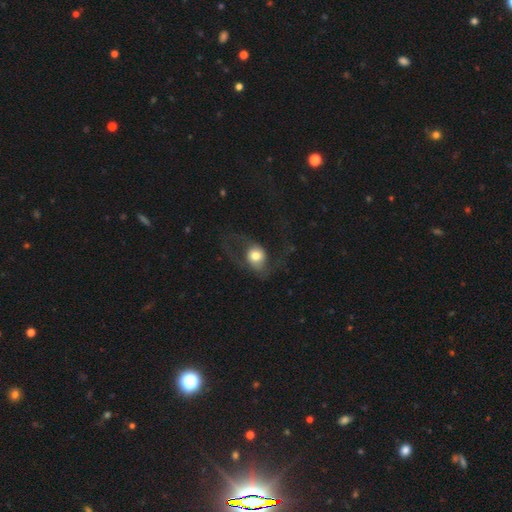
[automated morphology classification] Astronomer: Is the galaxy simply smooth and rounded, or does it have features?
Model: smooth — 56% (runner-up: featured or disk, 36%).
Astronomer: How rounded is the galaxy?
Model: round — 59% (runner-up: in between, 39%).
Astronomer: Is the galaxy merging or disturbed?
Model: major disturbance — 47% (runner-up: none, 34%).